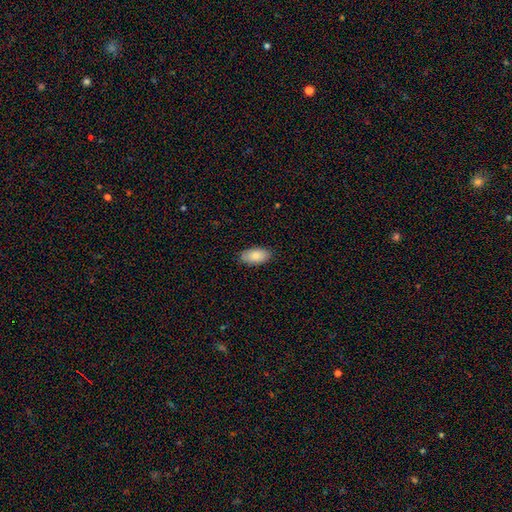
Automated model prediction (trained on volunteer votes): This appears to be a smooth galaxy with no disk features (83%) that is in between round and cigar-shaped (94%). Merging: none (86%).